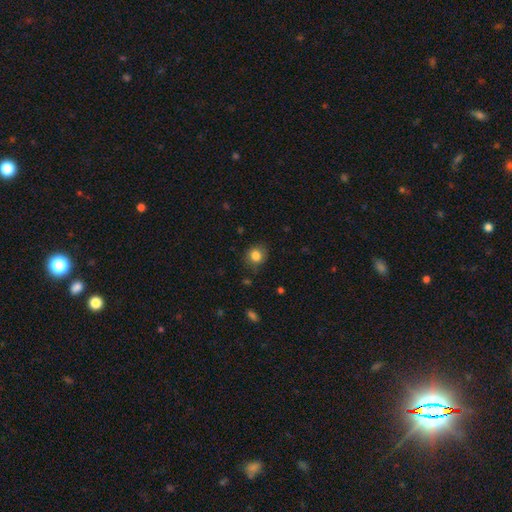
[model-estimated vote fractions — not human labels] A smooth galaxy with no disk features (83%) that is round (80%).

Vote fractions:
- Smooth or featured? smooth: 83% / star or artifact: 10% / featured or disk: 6%
- How rounded? round: 80% / in between: 19% / cigar-shaped: 1%
- Merging? none: 81% / minor disturbance: 14% / major disturbance: 4% / merger: 2%